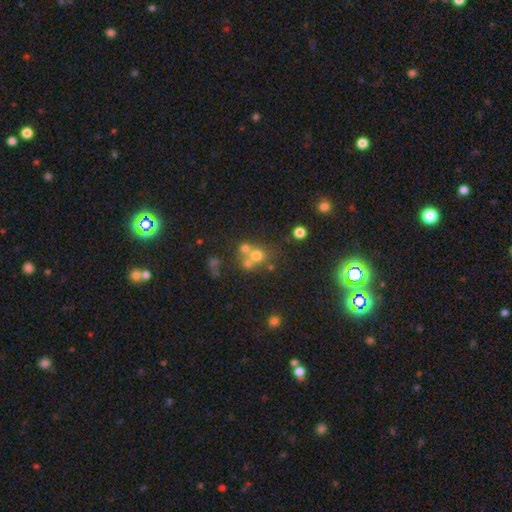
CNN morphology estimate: smooth_or_featured: smooth (p=0.61) [alt: star or artifact p=0.20]
how_rounded: round (p=0.83) [alt: in between p=0.16]
merging: merger (p=0.45) [alt: none p=0.43]